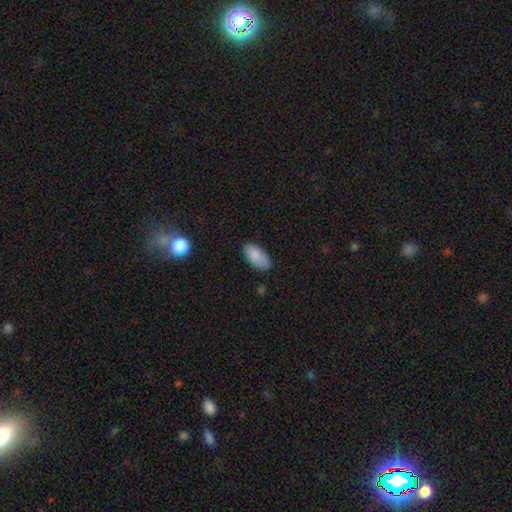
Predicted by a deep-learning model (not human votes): This appears to be a smooth galaxy with no disk features (87%) that is in between round and cigar-shaped (93%). Merging: none (81%).